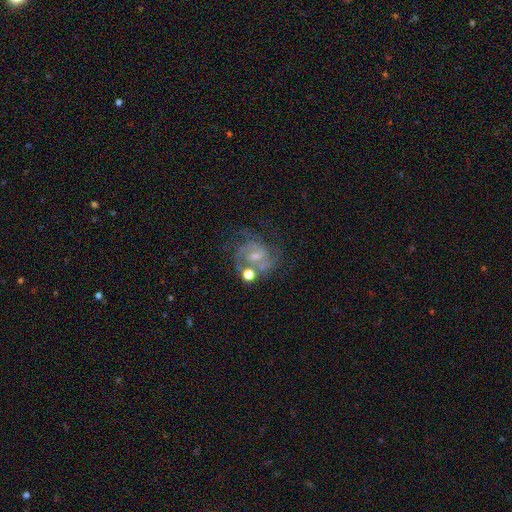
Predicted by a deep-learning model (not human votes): Smooth or featured?
  - featured or disk: 78% *
  - smooth: 12%
  - star or artifact: 10%
Edge-on disk?
  - no: 98% *
  - yes: 2%
Bar?
  - weak: 47% *
  - no: 41%
  - strong: 12%
Spiral arms?
  - yes: 91% *
  - no: 9%
Spiral winding?
  - tight: 46% *
  - medium: 43%
  - loose: 12%
Spiral arm count?
  - 2: 44% *
  - can't tell: 23%
  - 3: 19%
  - 1: 5%
  - 4: 5%
  - more than 4: 4%
Bulge size?
  - small: 56% *
  - moderate: 34%
  - none: 6%
  - large: 2%
  - dominant: 1%
Merging?
  - none: 56% *
  - minor disturbance: 17%
  - major disturbance: 14%
  - merger: 13%